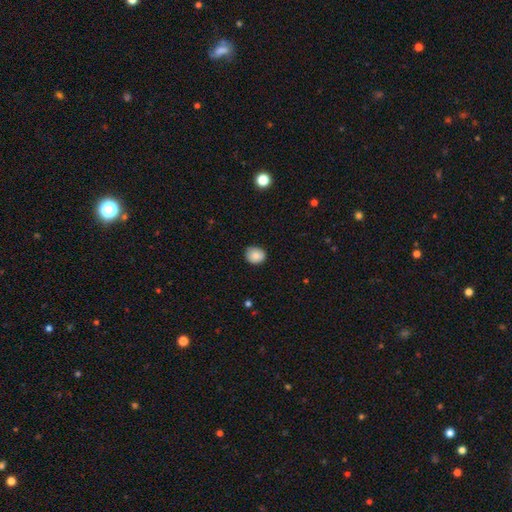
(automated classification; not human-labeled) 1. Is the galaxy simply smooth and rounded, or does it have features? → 86% smooth, 9% star or artifact, 5% featured or disk.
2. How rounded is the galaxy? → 67% round, 32% in between, 1% cigar-shaped.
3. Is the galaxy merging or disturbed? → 84% none, 13% minor disturbance, 2% major disturbance, 1% merger.